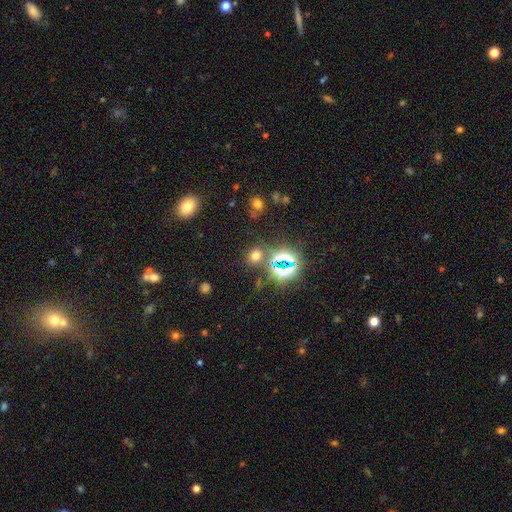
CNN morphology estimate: The model was most divided on "smooth or featured": smooth: 56%, star or artifact: 37%, featured or disk: 7%. More confident: merging — none (78%); how rounded — round (75%).